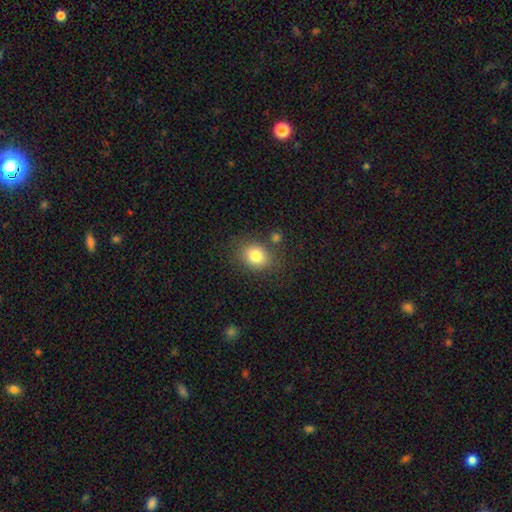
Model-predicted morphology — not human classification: smooth-or-featured: smooth: 81% | star or artifact: 10% | featured or disk: 9%
  how-rounded: round: 53% | in between: 46% | cigar-shaped: 1%
  merging: none: 76% | minor disturbance: 13% | merger: 6% | major disturbance: 5%